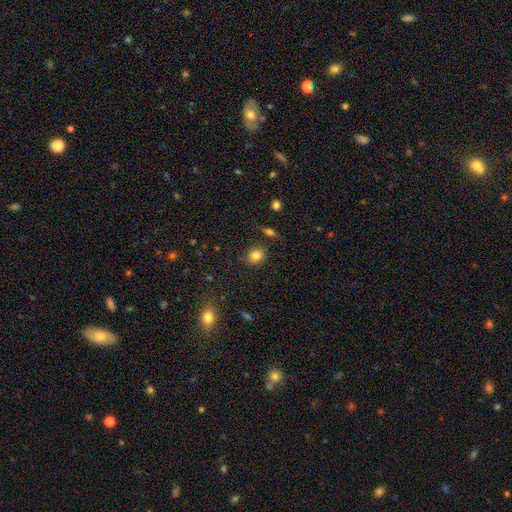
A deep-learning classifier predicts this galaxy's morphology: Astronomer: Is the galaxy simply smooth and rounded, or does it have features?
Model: smooth — 83%.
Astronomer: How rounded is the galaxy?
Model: round — 77%.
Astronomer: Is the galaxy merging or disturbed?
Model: none — 82%.